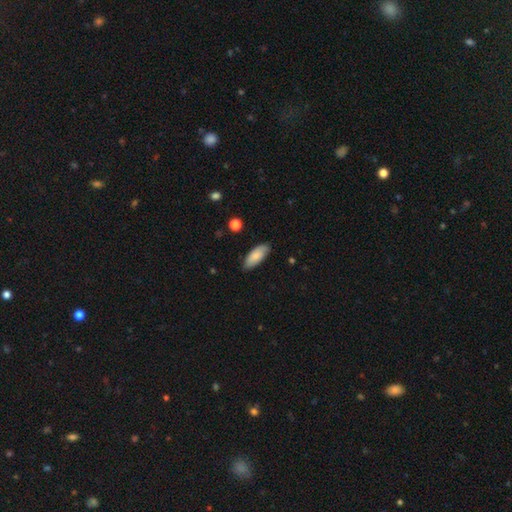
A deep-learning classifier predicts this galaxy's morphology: type=smooth (83%); roundness=in between (84%); merging=none (84%).